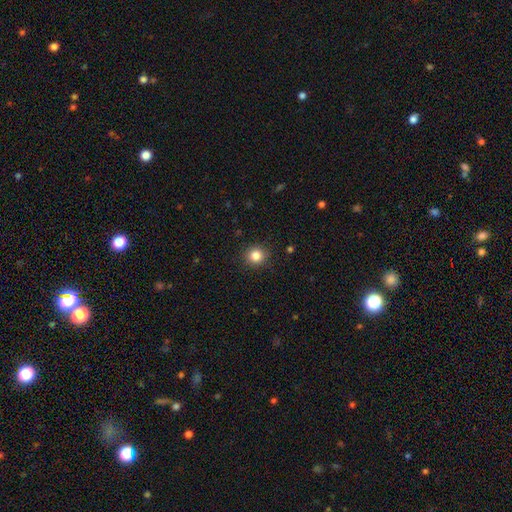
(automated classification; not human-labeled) smooth-or-featured: smooth: 84% | star or artifact: 11% | featured or disk: 5%
  how-rounded: round: 91% | in between: 8% | cigar-shaped: 1%
  merging: none: 90% | minor disturbance: 6% | major disturbance: 2% | merger: 1%